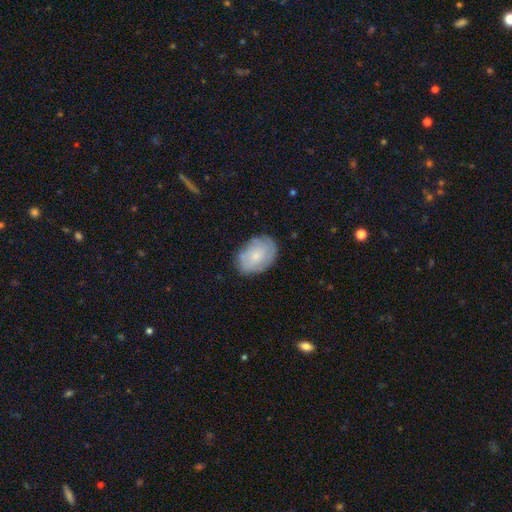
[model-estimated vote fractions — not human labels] A smooth galaxy with no disk features (57%) that is in between round and cigar-shaped (80%). Merging: none (76%).